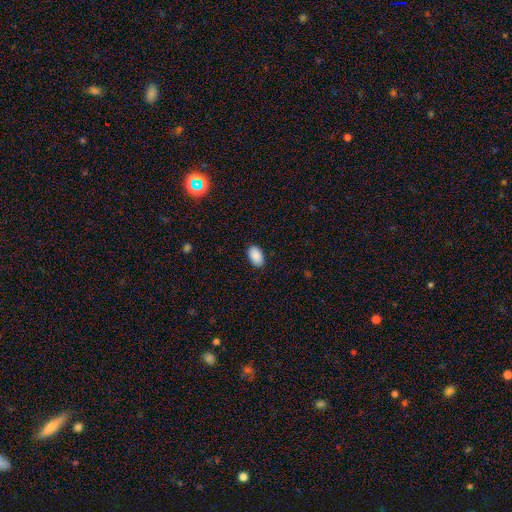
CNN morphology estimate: This is clearly a smooth galaxy (90%). How rounded: clearly in between (94%). Merging: clearly none (88%).